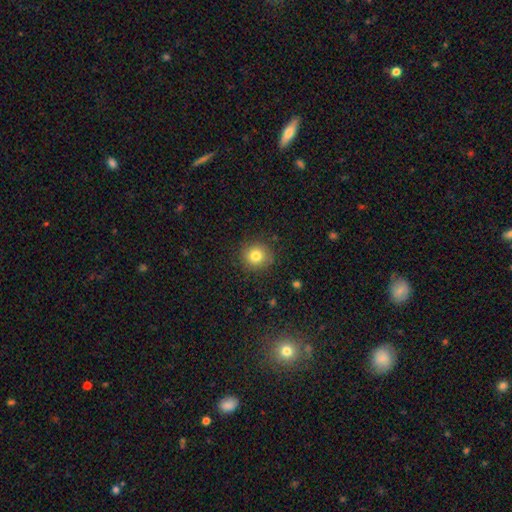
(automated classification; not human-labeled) Smooth or featured?
  - smooth: 81% *
  - star or artifact: 11%
  - featured or disk: 8%
How rounded?
  - round: 92% *
  - in between: 7%
  - cigar-shaped: 1%
Merging?
  - none: 88% *
  - minor disturbance: 8%
  - major disturbance: 3%
  - merger: 1%